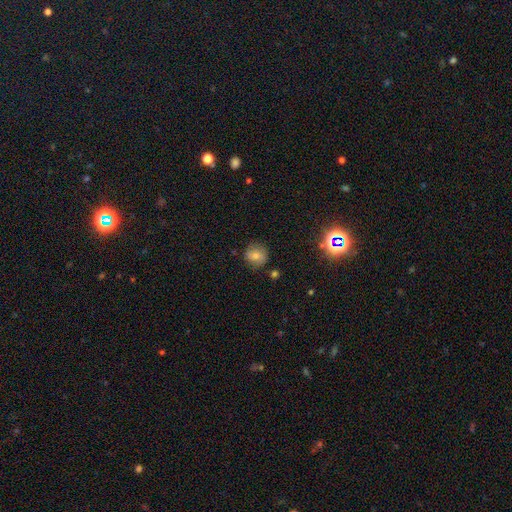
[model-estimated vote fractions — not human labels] Smooth or featured? smooth (68%)
How rounded? round (79%)
Merging? none (79%)